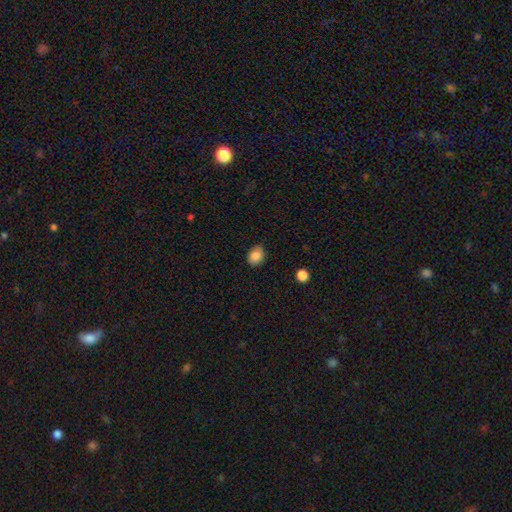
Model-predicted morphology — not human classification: Smooth or featured? Predicted: smooth (p=0.86). How rounded? Predicted: in between (p=0.56). Merging? Predicted: none (p=0.82).